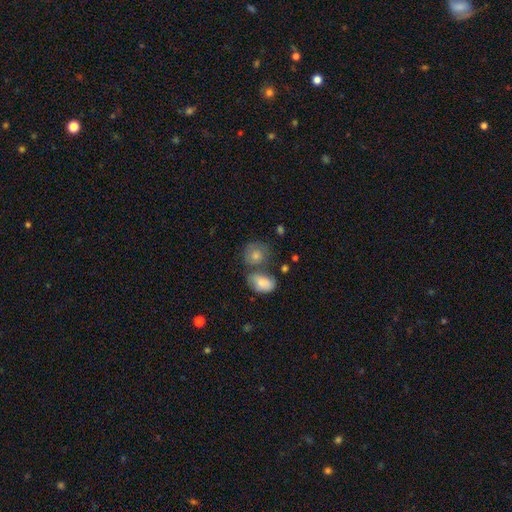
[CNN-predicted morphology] smooth_or_featured: smooth (p=0.67) [alt: featured or disk p=0.20]
how_rounded: round (p=0.64) [alt: in between p=0.35]
merging: none (p=0.48) [alt: merger p=0.32]